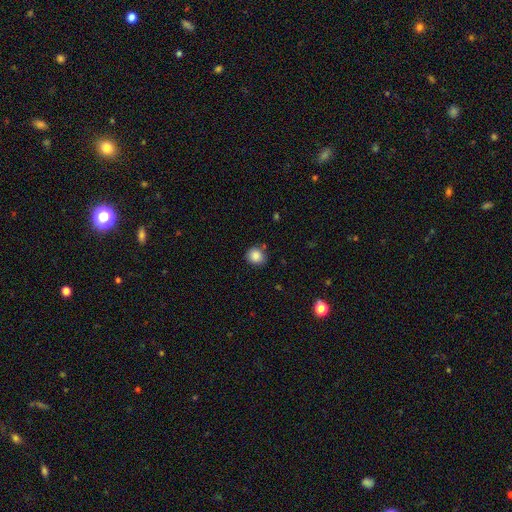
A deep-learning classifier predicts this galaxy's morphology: The model was most divided on "merging": none: 79%, minor disturbance: 14%, merger: 3%, major disturbance: 3%. More confident: smooth or featured — smooth (87%); how rounded — round (83%).